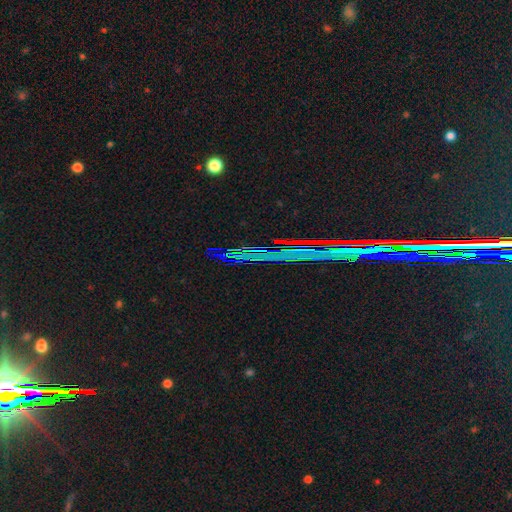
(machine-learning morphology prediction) Smooth or featured?
  - star or artifact: 85% *
  - featured or disk: 8%
  - smooth: 7%